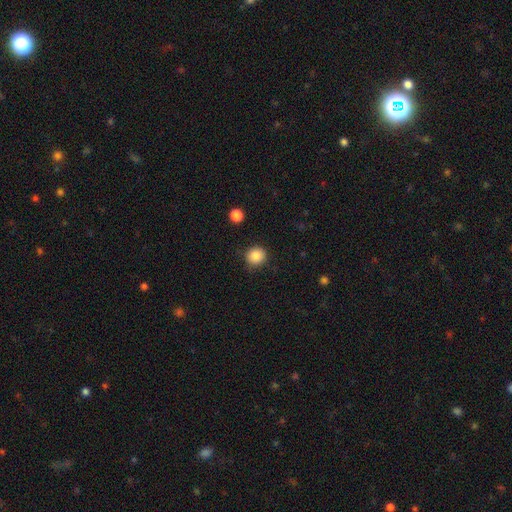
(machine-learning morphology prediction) type=smooth (86%); roundness=round (90%); merging=none (86%).